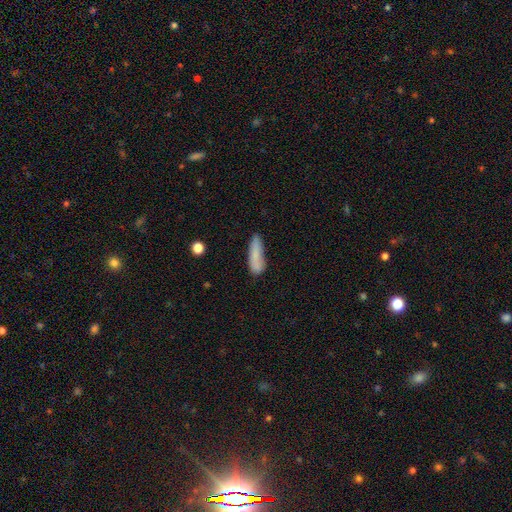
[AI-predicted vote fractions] This is clearly a smooth galaxy (81%). How rounded: likely cigar-shaped (68%). Merging: likely none (69%).